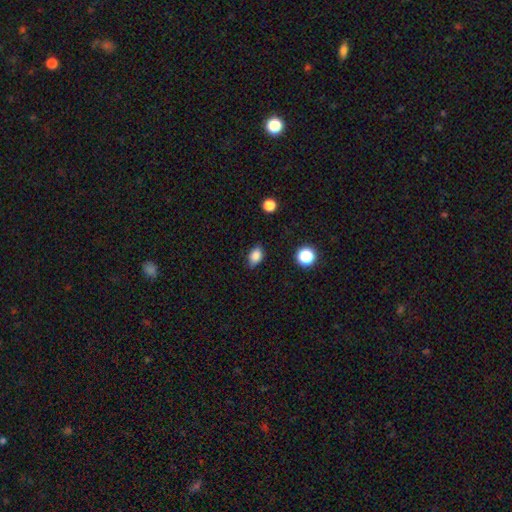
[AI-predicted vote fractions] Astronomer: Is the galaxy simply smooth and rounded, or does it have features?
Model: smooth — 84%.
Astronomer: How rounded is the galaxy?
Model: in between — 81%.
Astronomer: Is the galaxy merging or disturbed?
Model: none — 81%.